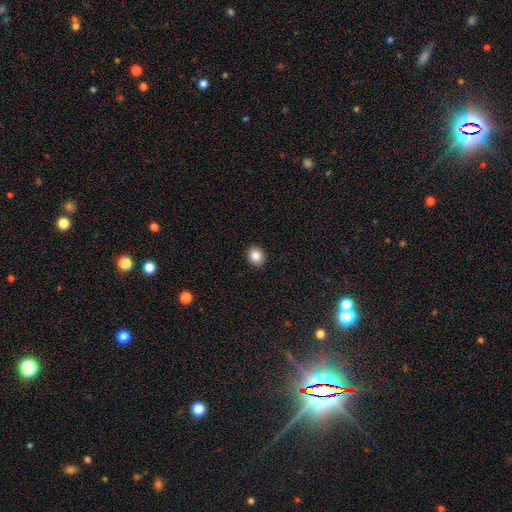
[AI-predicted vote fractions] Smooth or featured? Predicted: smooth (p=0.86). How rounded? Predicted: round (p=0.67). Merging? Predicted: none (p=0.92).